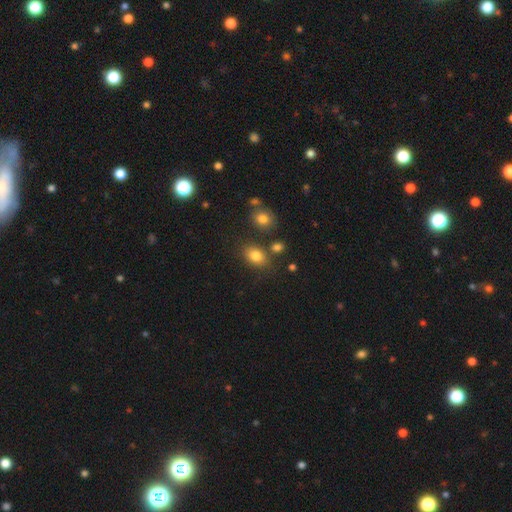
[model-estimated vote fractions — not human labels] Q: Smooth or featured?
A: smooth (82%); runner-up: star or artifact (10%)
Q: How rounded?
A: in between (73%); runner-up: round (25%)
Q: Merging?
A: none (73%); runner-up: minor disturbance (13%)